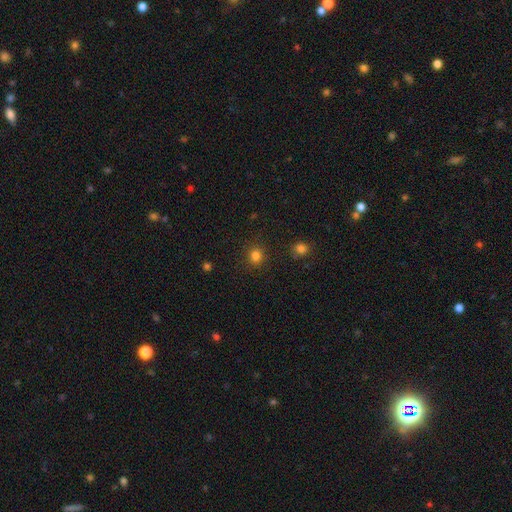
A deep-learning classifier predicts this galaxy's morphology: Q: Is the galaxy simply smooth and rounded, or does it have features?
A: smooth — 82%.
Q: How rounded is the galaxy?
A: round — 87%.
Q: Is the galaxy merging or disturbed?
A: none — 90%.